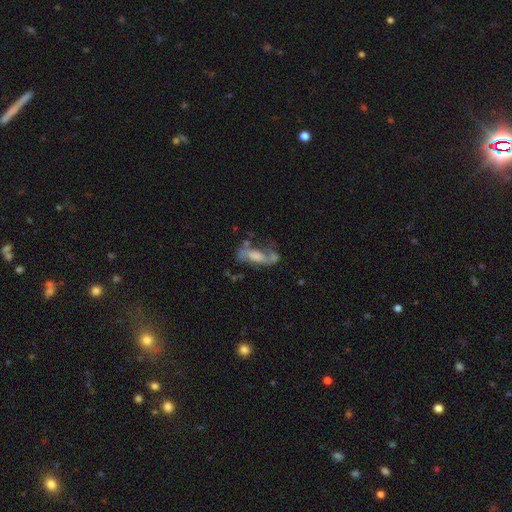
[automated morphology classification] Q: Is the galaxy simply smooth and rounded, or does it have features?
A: featured or disk — 67%.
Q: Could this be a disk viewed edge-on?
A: no — 88%.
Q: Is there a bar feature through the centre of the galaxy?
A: no — 51%.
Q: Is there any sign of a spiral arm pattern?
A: yes — 76%.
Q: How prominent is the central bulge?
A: moderate — 32%.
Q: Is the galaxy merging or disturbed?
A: none — 48%.